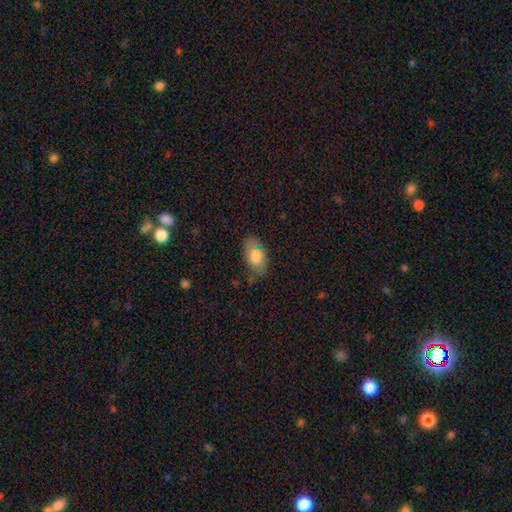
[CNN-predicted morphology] Q: Smooth or featured?
A: smooth (75%); runner-up: featured or disk (18%)
Q: How rounded?
A: in between (92%); runner-up: round (5%)
Q: Merging?
A: none (65%); runner-up: minor disturbance (25%)